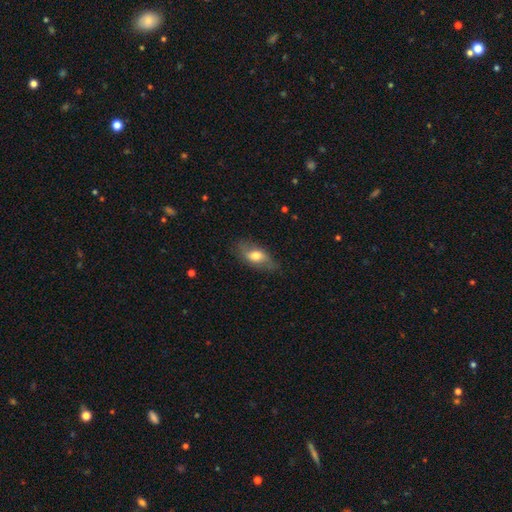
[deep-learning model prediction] A smooth galaxy with no disk features (49%). Merging: none (74%).